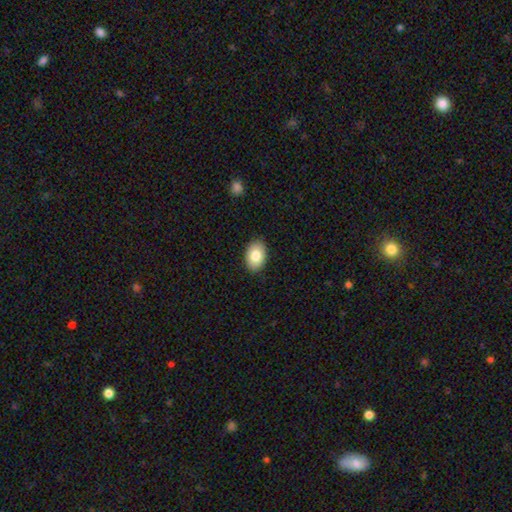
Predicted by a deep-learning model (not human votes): Overall: smooth (84%). How rounded: in between (86%). Merging: none (89%).